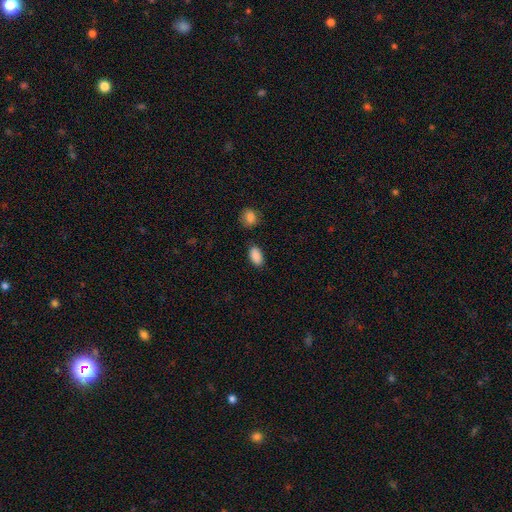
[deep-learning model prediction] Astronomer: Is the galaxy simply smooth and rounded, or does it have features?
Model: smooth — 89%.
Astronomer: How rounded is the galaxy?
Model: in between — 93%.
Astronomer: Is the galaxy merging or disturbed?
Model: none — 82%.